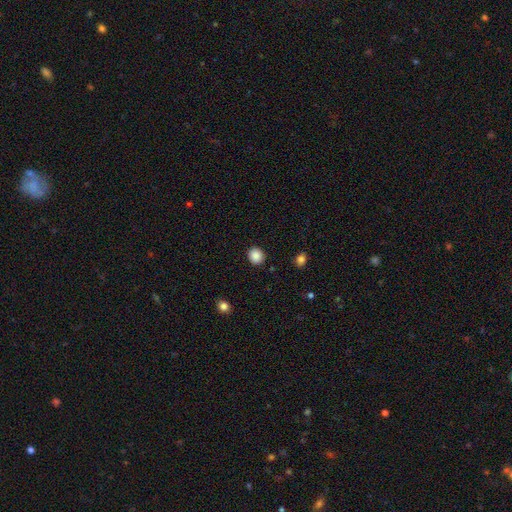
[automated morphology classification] This appears to be a smooth galaxy with no disk features (88%) that is round (86%). Merging: none (91%).